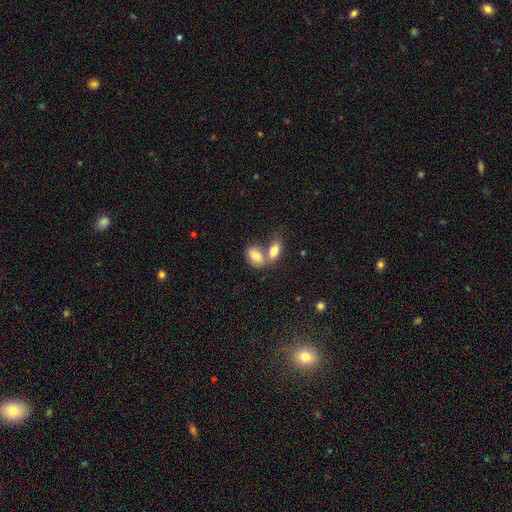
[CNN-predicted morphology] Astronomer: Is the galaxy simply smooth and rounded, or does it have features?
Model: smooth — 82%.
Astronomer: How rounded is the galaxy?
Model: in between — 89%.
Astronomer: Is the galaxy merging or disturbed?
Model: merger — 57%.